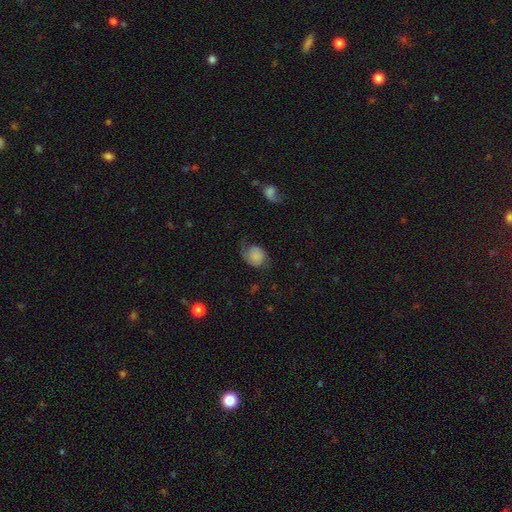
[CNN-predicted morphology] Q: Smooth or featured?
A: smooth (61%); runner-up: featured or disk (30%)
Q: How rounded?
A: round (60%); runner-up: in between (40%)
Q: Merging?
A: none (47%); runner-up: minor disturbance (28%)